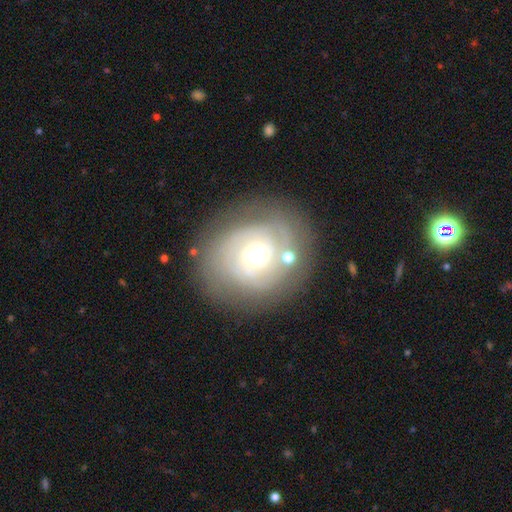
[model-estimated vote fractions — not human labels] A featured or disk galaxy (69%) with no bar (76%), tight (69%) spiral arms (80%) and a moderate central bulge (69%).

Vote fractions:
- Smooth or featured? featured or disk: 69% / smooth: 22% / star or artifact: 9%
- Edge-on disk? no: 97% / yes: 3%
- Bar? no: 76% / weak: 20% / strong: 5%
- Spiral arms? yes: 80% / no: 20%
- Spiral winding? tight: 69% / medium: 22% / loose: 8%
- Spiral arm count? can't tell: 42% / 2: 27% / 3: 15% / 4: 7% / 1: 6% / more than 4: 5%
- Bulge size? moderate: 69% / large: 15% / small: 13% / dominant: 2% / none: 1%
- Merging? none: 69% / minor disturbance: 17% / major disturbance: 9% / merger: 4%